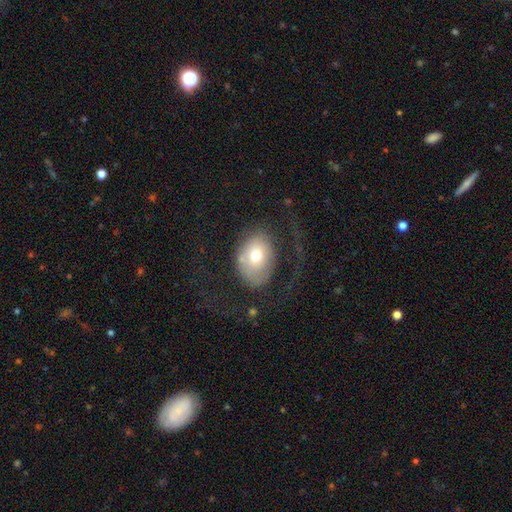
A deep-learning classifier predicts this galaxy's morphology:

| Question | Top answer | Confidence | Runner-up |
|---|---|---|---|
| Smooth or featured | smooth | 65% | featured or disk (27%) |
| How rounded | in between | 68% | round (31%) |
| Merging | major disturbance | 41% | none (36%) |